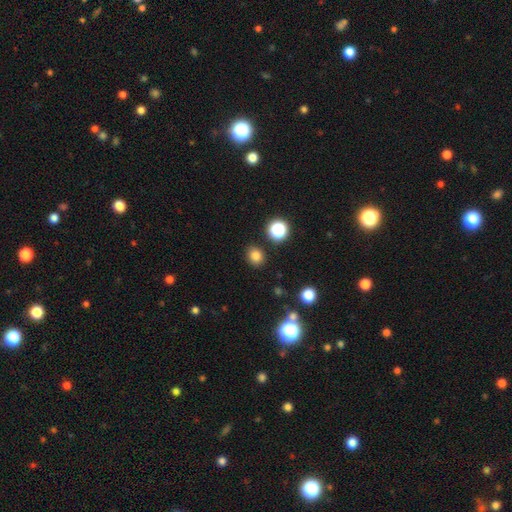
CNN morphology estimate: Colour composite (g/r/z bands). It shows a smooth galaxy with no disk features (80%) that is round (69%). Merging: none (88%).